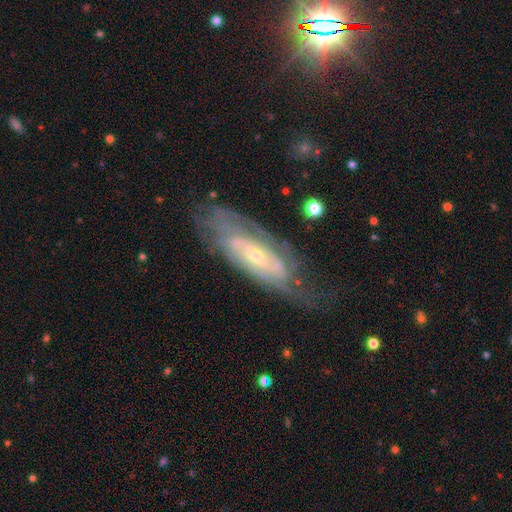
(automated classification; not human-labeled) smooth_or_featured: featured or disk (p=0.81) [alt: smooth p=0.13]
disk_edge_on: no (p=0.86) [alt: yes p=0.14]
bar: no (p=0.55) [alt: weak p=0.33]
has_spiral_arms: yes (p=0.87) [alt: no p=0.13]
spiral_winding: tight (p=0.63) [alt: medium p=0.28]
spiral_arm_count: can't tell (p=0.51) [alt: 2 p=0.28]
bulge_size: small (p=0.60) [alt: moderate p=0.36]
merging: none (p=0.62) [alt: minor disturbance p=0.23]